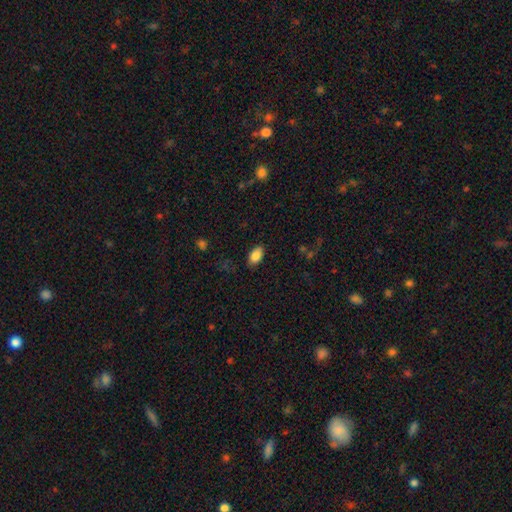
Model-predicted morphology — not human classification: smooth-or-featured: smooth: 85% | star or artifact: 8% | featured or disk: 7%
  how-rounded: in between: 93% | round: 5% | cigar-shaped: 2%
  merging: none: 85% | minor disturbance: 11% | major disturbance: 3% | merger: 1%